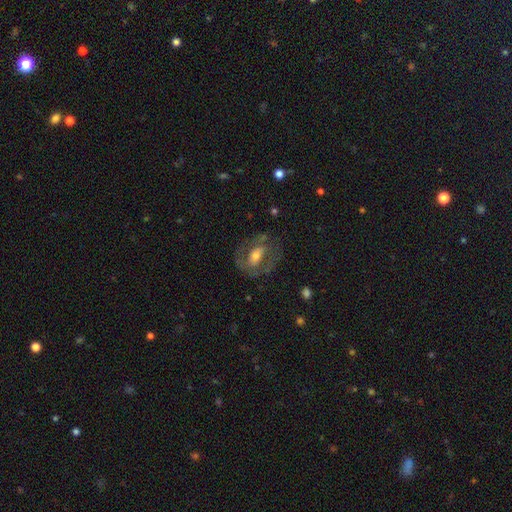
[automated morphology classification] This is possibly a featured or disk galaxy (58%). It is clearly not viewed edge-on (94%). Bar: possibly no (52%). Spiral arm pattern: possibly no (57%). Central bulge: likely moderate (61%). Merging: likely none (63%).